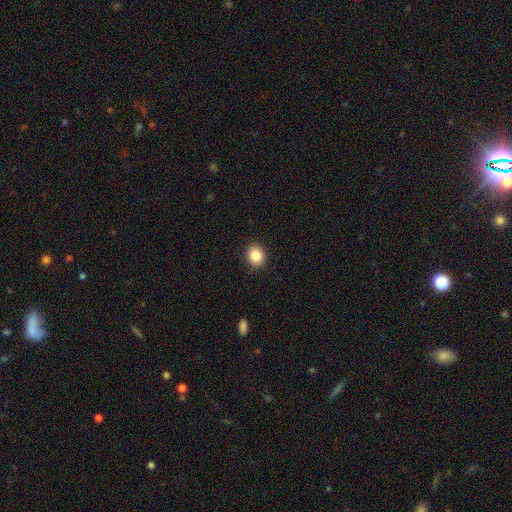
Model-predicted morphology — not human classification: A smooth galaxy with no disk features (86%) that is round (63%).

Vote fractions:
- Smooth or featured? smooth: 86% / star or artifact: 9% / featured or disk: 5%
- How rounded? round: 63% / in between: 36% / cigar-shaped: 1%
- Merging? none: 91% / minor disturbance: 7% / major disturbance: 2% / merger: 1%